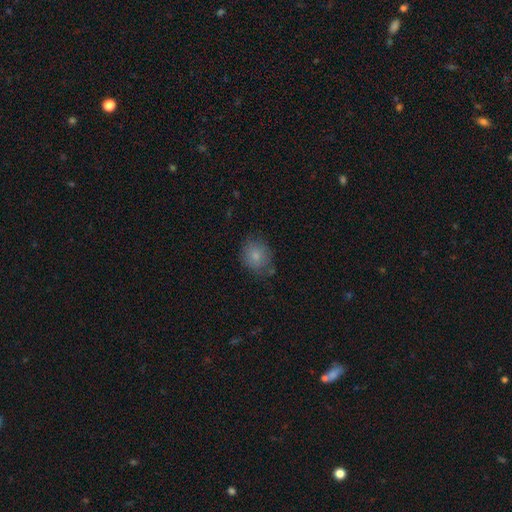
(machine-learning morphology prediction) Smooth or featured: smooth — 81% (featured or disk — 10%)
How rounded: round — 58% (in between — 41%)
Merging: none — 72% (minor disturbance — 20%)